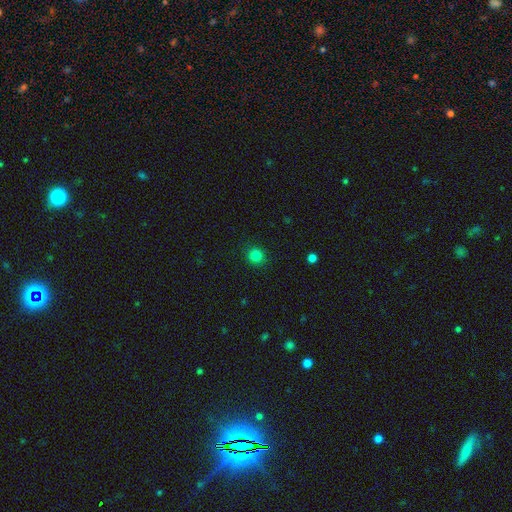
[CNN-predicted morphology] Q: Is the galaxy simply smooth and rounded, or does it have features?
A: smooth — 83%.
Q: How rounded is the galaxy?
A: round — 92%.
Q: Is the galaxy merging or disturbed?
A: none — 91%.